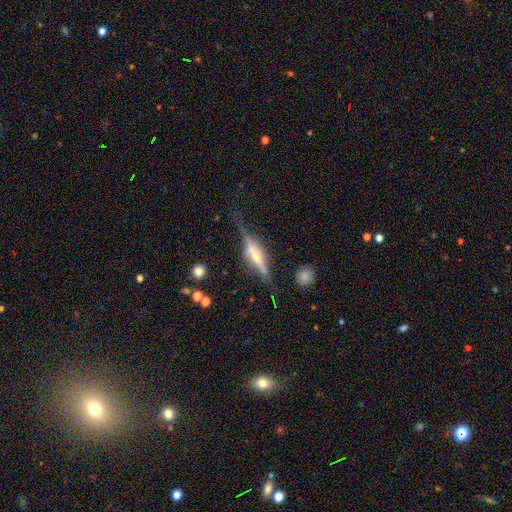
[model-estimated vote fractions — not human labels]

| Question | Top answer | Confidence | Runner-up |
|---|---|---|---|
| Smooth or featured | featured or disk | 75% | smooth (18%) |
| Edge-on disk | yes | 91% | no (9%) |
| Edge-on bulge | rounded | 80% | boxy (14%) |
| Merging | none | 56% | minor disturbance (25%) |